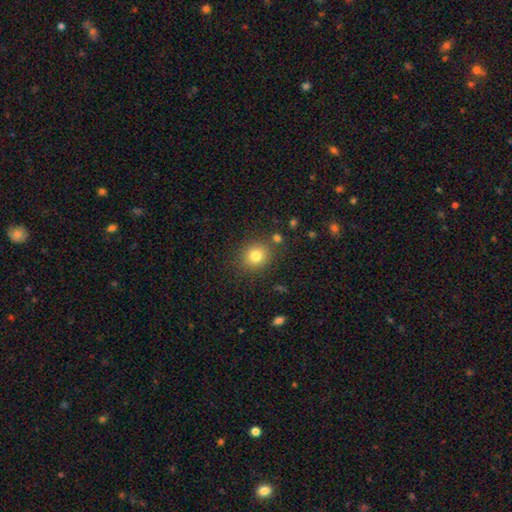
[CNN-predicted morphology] smooth 80%, star or artifact 12%, featured or disk 8%. Down the decision tree: how rounded — round (78%); merging — none (83%).